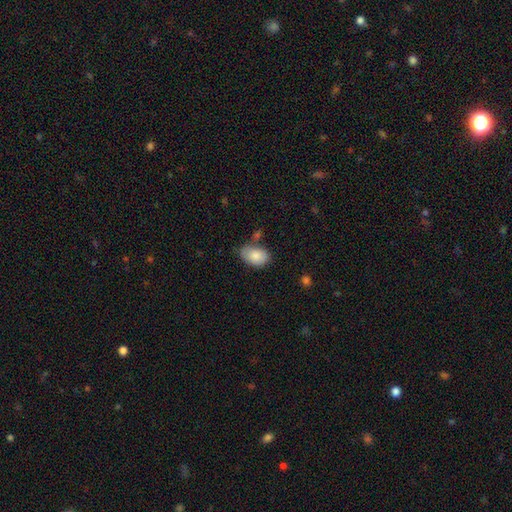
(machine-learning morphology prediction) smooth_or_featured: smooth (p=0.83) [alt: featured or disk p=0.11]
how_rounded: in between (p=0.88) [alt: round p=0.11]
merging: none (p=0.61) [alt: minor disturbance p=0.25]